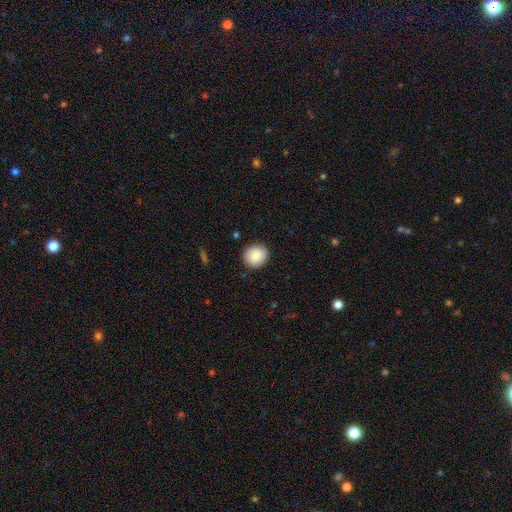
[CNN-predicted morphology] type=smooth (87%); roundness=round (88%); merging=none (90%).